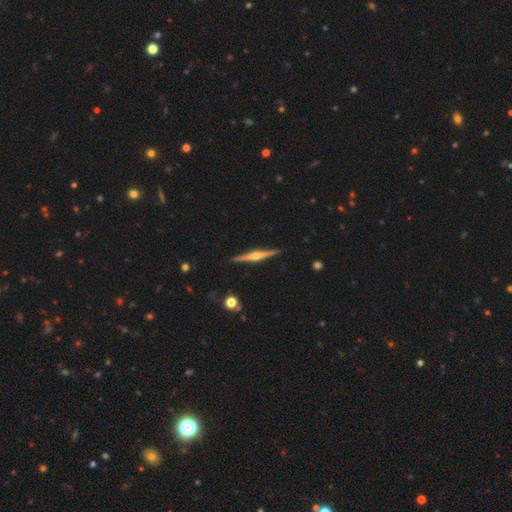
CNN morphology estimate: A featured or disk galaxy (80%) viewed edge-on (98%) with a rounded central bulge (90%).

Vote fractions:
- Smooth or featured? featured or disk: 80% / smooth: 14% / star or artifact: 5%
- Edge-on disk? yes: 98% / no: 2%
- Edge-on bulge? rounded: 90% / boxy: 5% / none: 4%
- Merging? none: 92% / minor disturbance: 6% / major disturbance: 1% / merger: 1%